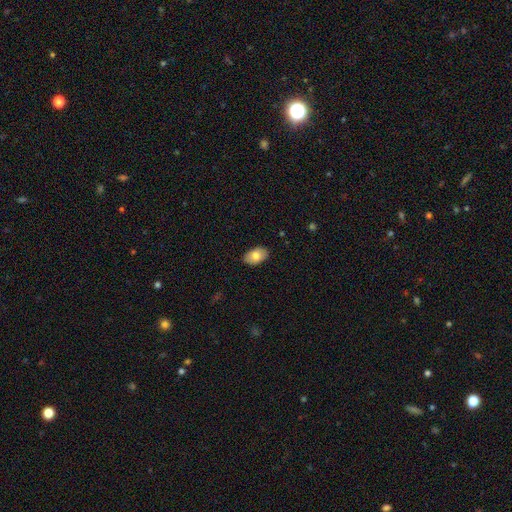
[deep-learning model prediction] Morphology: type=smooth (79%); roundness=in between (92%); merging=none (88%).